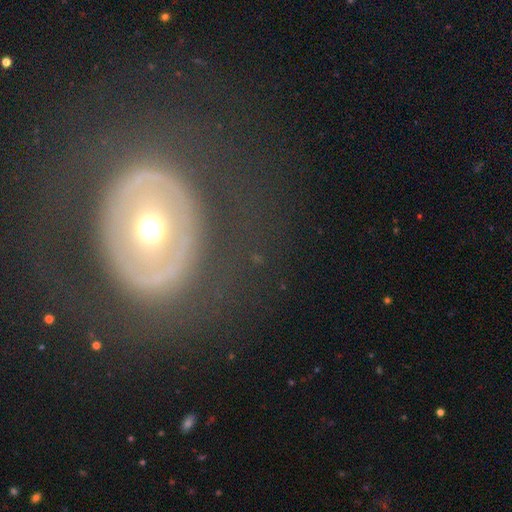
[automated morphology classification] featured or disk 63%, smooth 29%, star or artifact 8%. Down the decision tree: edge-on disk — no (94%); bar — no (80%); spiral arms — no (81%); bulge size — moderate (70%); merging — none (80%).